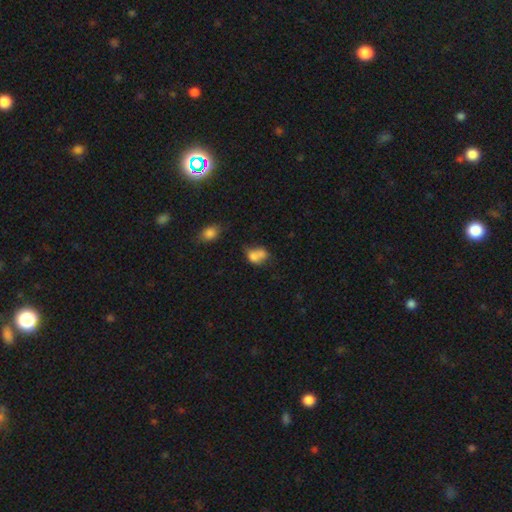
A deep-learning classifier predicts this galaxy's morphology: A smooth galaxy with no disk features (71%) that is in between round and cigar-shaped (59%). Merging: merger (51%).